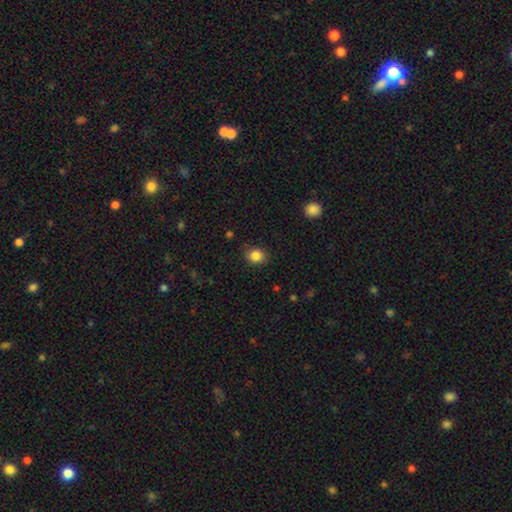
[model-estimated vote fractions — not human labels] The model was most divided on "how rounded": round: 62%, in between: 37%, cigar-shaped: 1%. More confident: smooth or featured — smooth (85%); merging — none (85%).